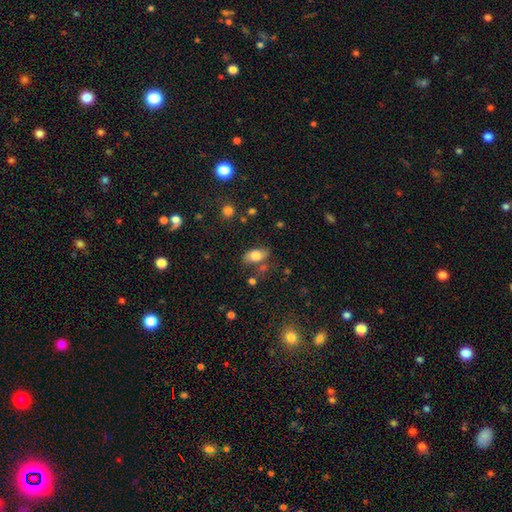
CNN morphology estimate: Smooth or featured: smooth — 74% (featured or disk — 17%)
How rounded: in between — 89% (round — 8%)
Merging: none — 61% (minor disturbance — 22%)